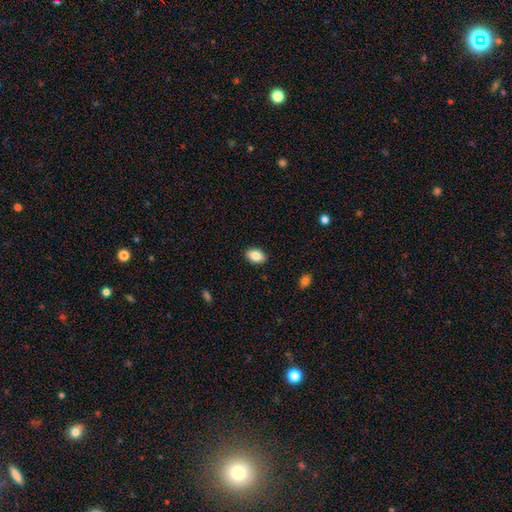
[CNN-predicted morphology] This is clearly a smooth galaxy (87%). How rounded: clearly in between (90%). Merging: clearly none (89%).